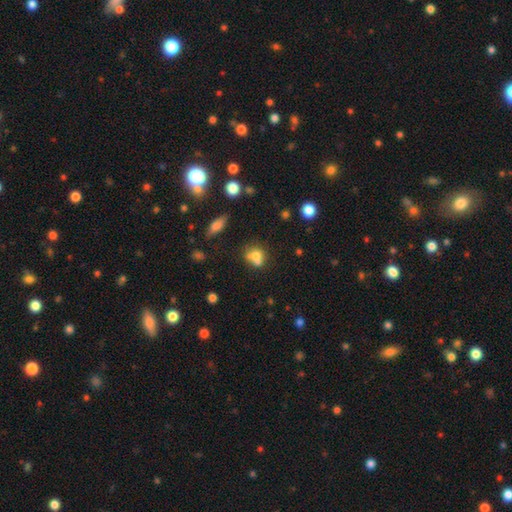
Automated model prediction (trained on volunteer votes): Smooth or featured: smooth — 69% (featured or disk — 18%)
How rounded: round — 68% (in between — 30%)
Merging: merger — 49% (none — 35%)